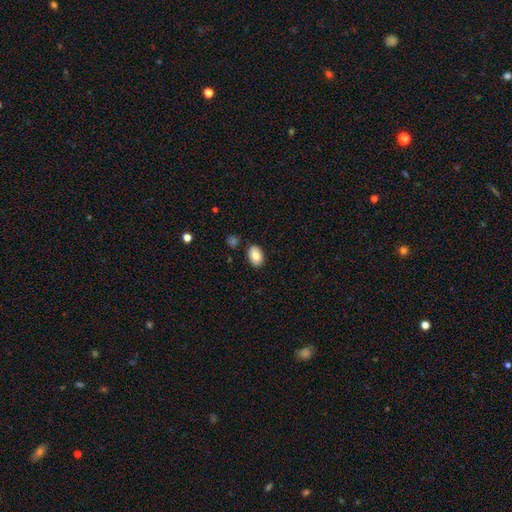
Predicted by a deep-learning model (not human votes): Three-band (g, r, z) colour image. It shows a smooth galaxy with no disk features (83%) that is in between round and cigar-shaped (87%). Merging: none (87%).